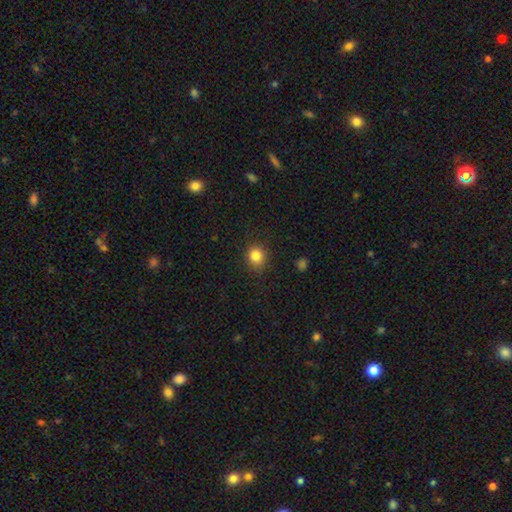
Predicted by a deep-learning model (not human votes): smooth 84%, star or artifact 11%, featured or disk 5%. Down the decision tree: how rounded — round (82%); merging — none (85%).